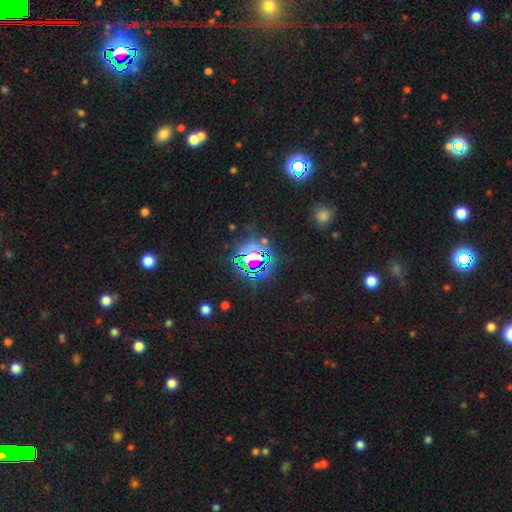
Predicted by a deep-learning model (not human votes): This appears to be a star or artifact, not a galaxy (81%).